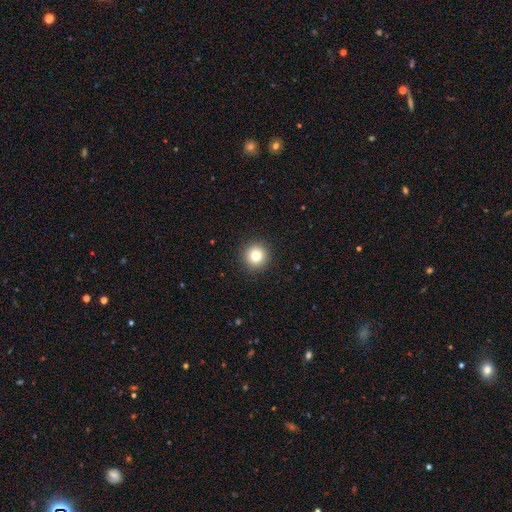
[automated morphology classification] Smooth or featured? Predicted: smooth (p=0.80). How rounded? Predicted: round (p=0.95). Merging? Predicted: none (p=0.93).